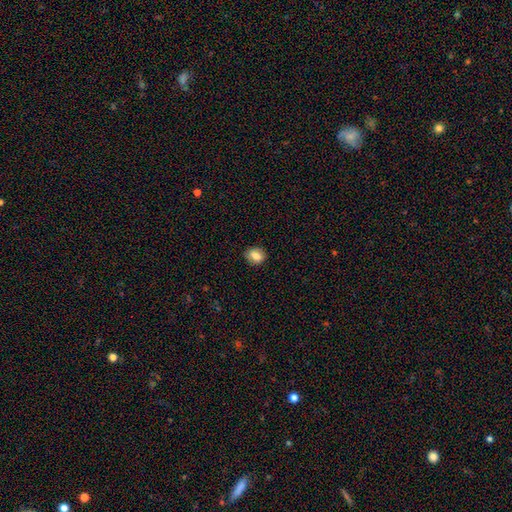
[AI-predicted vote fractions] A smooth galaxy with no disk features (80%) that is in between round and cigar-shaped (50%). Merging: none (85%).